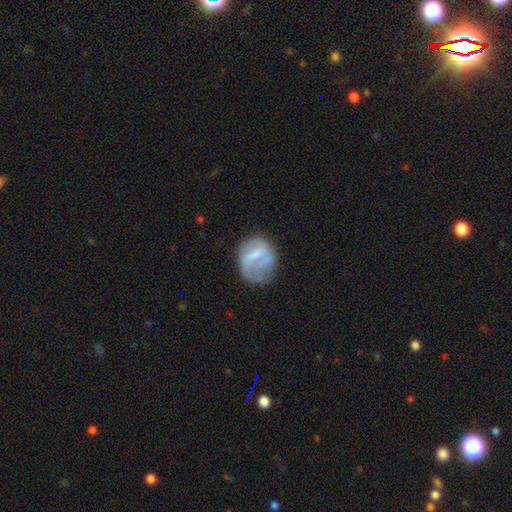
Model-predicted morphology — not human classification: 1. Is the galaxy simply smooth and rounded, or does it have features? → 48% smooth, 43% featured or disk, 8% star or artifact.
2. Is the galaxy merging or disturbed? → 45% none, 28% minor disturbance, 24% major disturbance, 3% merger.